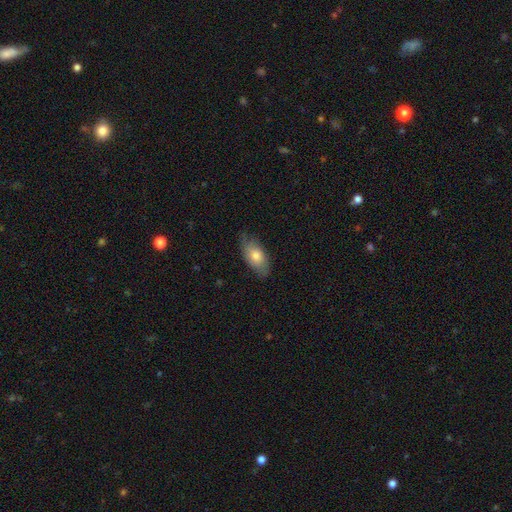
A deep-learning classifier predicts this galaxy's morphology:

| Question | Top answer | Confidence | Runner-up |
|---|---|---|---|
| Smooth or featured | smooth | 70% | featured or disk (23%) |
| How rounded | in between | 89% | cigar-shaped (6%) |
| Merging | none | 74% | minor disturbance (21%) |